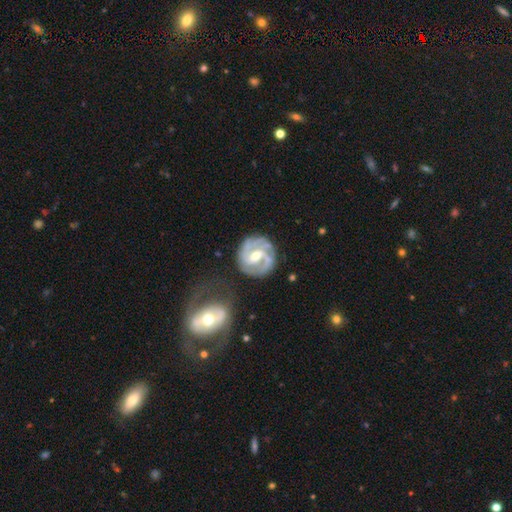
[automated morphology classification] Q: Smooth or featured?
A: featured or disk (89%); runner-up: smooth (7%)
Q: Edge-on disk?
A: no (98%); runner-up: yes (2%)
Q: Bar?
A: weak (48%); runner-up: strong (28%)
Q: Spiral arms?
A: yes (97%); runner-up: no (3%)
Q: Spiral winding?
A: tight (52%); runner-up: medium (39%)
Q: Spiral arm count?
A: 2 (42%); runner-up: 3 (32%)
Q: Bulge size?
A: moderate (60%); runner-up: small (36%)
Q: Merging?
A: none (69%); runner-up: minor disturbance (17%)